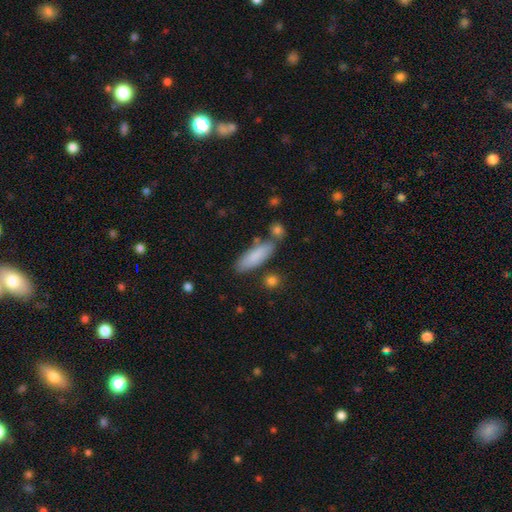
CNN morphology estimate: Smooth or featured: smooth — 84% (featured or disk — 10%)
How rounded: cigar-shaped — 52% (in between — 46%)
Merging: none — 77% (minor disturbance — 13%)